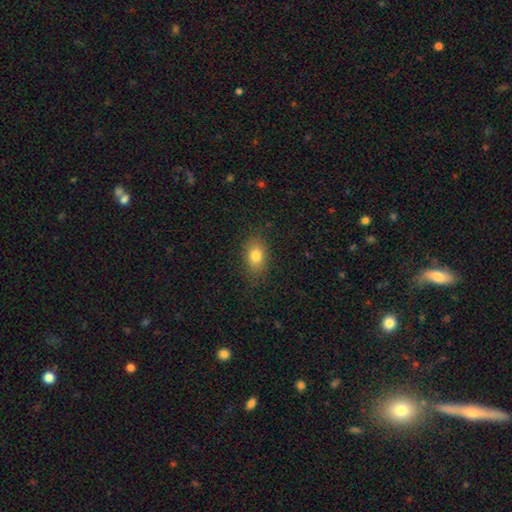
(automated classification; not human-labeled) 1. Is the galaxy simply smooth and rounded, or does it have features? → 81% smooth, 10% star or artifact, 10% featured or disk.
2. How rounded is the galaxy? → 80% in between, 18% round, 2% cigar-shaped.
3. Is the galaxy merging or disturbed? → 82% none, 13% minor disturbance, 4% major disturbance, 1% merger.